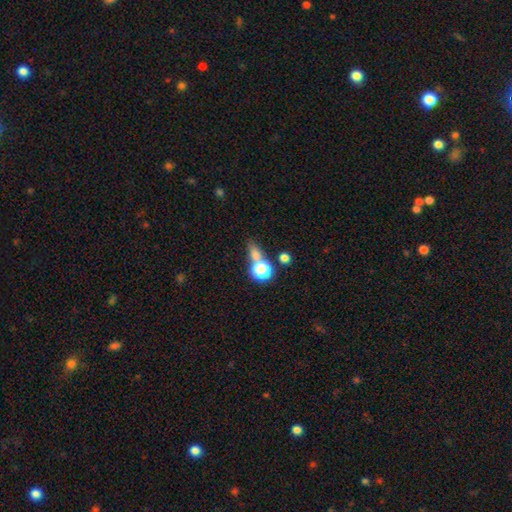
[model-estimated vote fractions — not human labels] Smooth or featured? Predicted: smooth (p=0.65). How rounded? Predicted: round (p=0.56). Merging? Predicted: none (p=0.49).